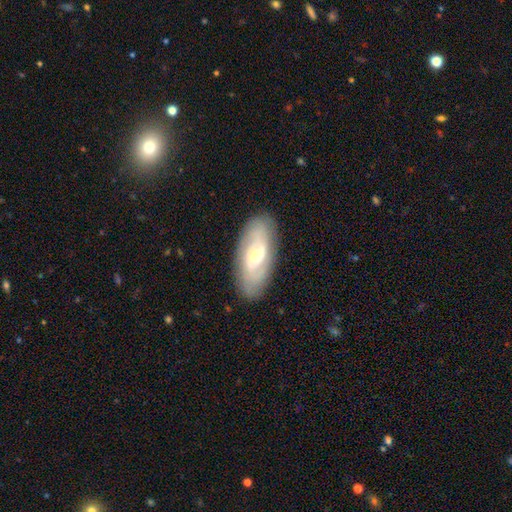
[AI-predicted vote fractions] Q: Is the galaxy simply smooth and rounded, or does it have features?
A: featured or disk — 58%.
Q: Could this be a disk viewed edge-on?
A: no — 85%.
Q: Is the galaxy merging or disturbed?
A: none — 86%.